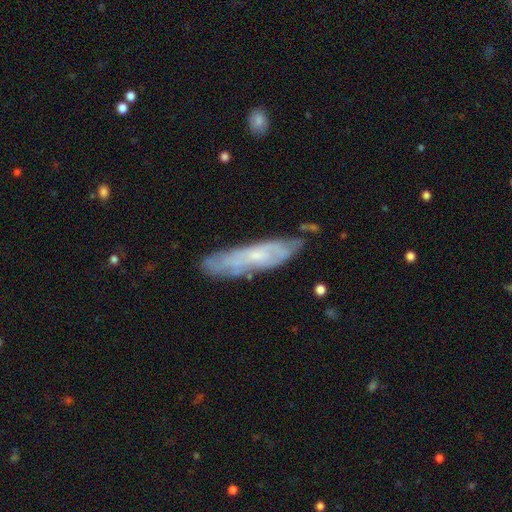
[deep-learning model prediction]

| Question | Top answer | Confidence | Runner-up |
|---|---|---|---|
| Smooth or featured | featured or disk | 56% | smooth (36%) |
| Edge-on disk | no | 60% | yes (40%) |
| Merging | none | 68% | minor disturbance (23%) |